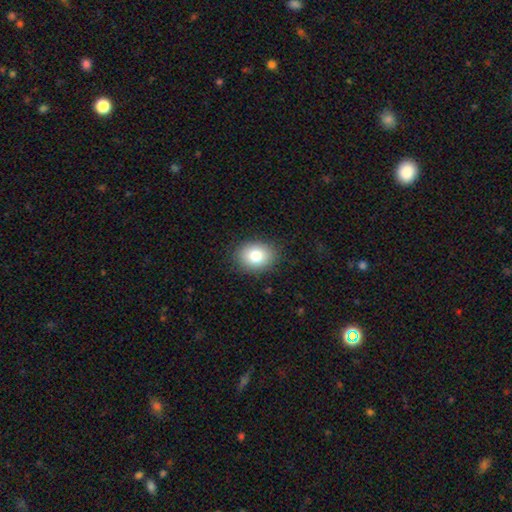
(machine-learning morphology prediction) Smooth or featured? smooth (81%)
How rounded? in between (55%)
Merging? none (87%)